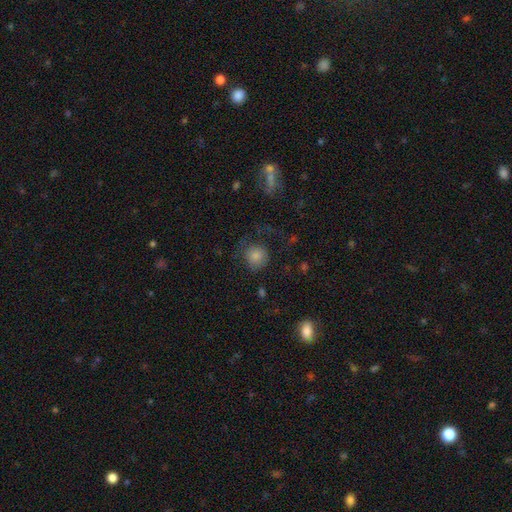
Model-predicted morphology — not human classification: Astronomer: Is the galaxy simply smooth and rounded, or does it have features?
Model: smooth — 79%.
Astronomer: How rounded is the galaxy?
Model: round — 88%.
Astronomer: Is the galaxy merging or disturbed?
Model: none — 59%.